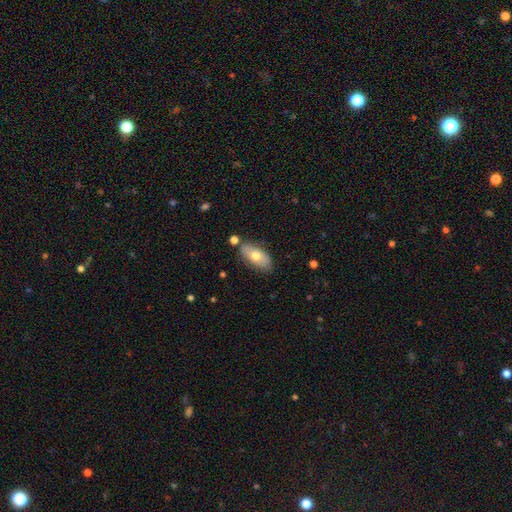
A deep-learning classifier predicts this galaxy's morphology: Smooth or featured: smooth — 65% (featured or disk — 29%)
How rounded: in between — 90% (cigar-shaped — 6%)
Merging: none — 77% (minor disturbance — 15%)